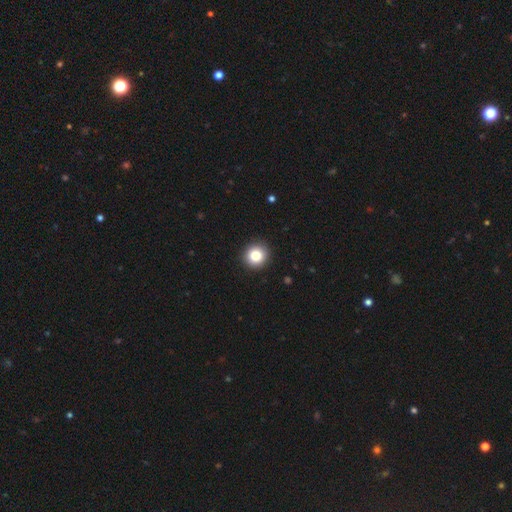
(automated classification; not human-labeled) This appears to be a smooth galaxy with no disk features (83%) that is round (92%). Merging: none (92%).